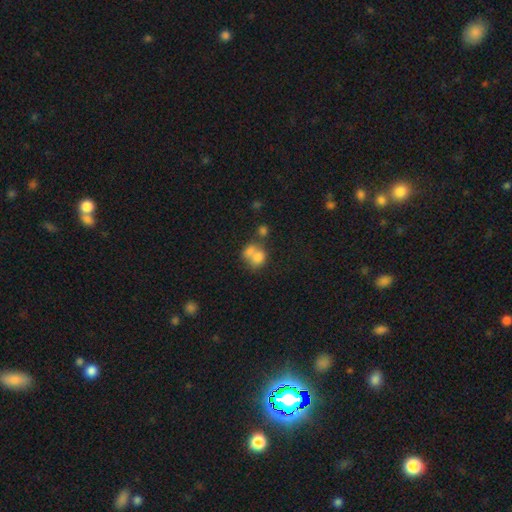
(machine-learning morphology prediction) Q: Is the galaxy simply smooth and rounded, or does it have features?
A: smooth — 72%.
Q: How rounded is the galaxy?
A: round — 60%.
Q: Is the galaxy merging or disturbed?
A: merger — 60%.